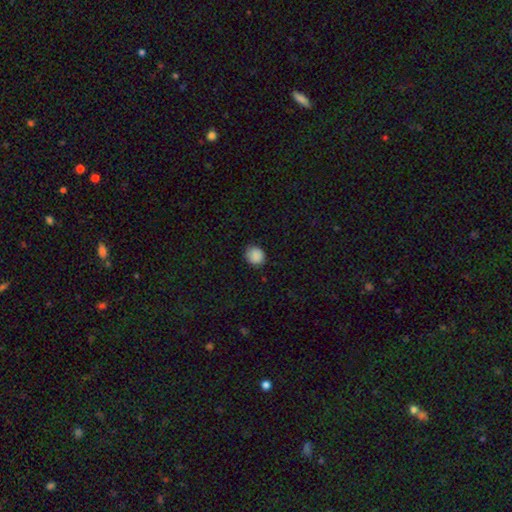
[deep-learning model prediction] A smooth galaxy with no disk features (88%) that is round (79%).

Vote fractions:
- Smooth or featured? smooth: 88% / star or artifact: 8% / featured or disk: 3%
- How rounded? round: 79% / in between: 20% / cigar-shaped: 1%
- Merging? none: 82% / minor disturbance: 14% / major disturbance: 3% / merger: 1%